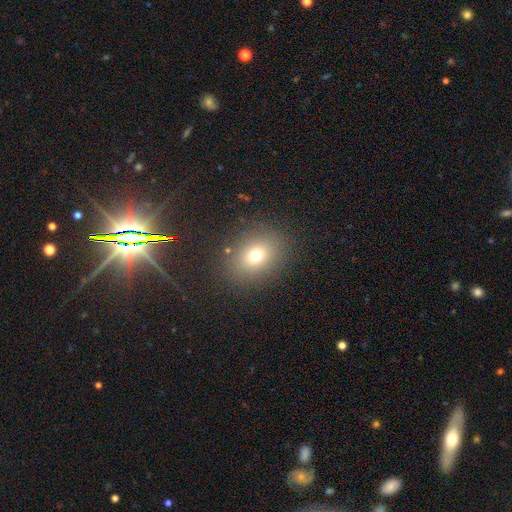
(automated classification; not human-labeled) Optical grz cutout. It shows a smooth galaxy with no disk features (71%) that is round (50%). Merging: none (85%).